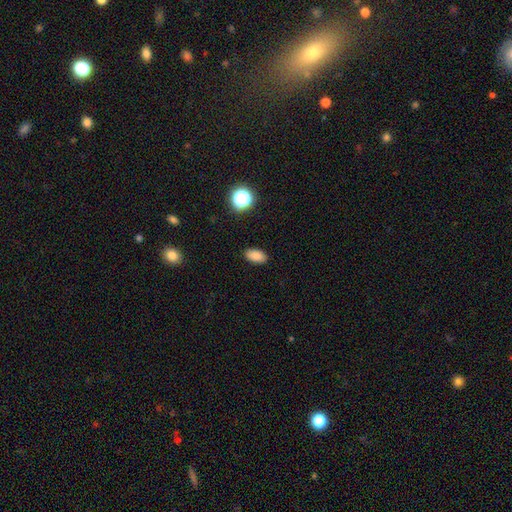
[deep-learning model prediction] Smooth or featured? smooth (85%)
How rounded? in between (91%)
Merging? none (89%)